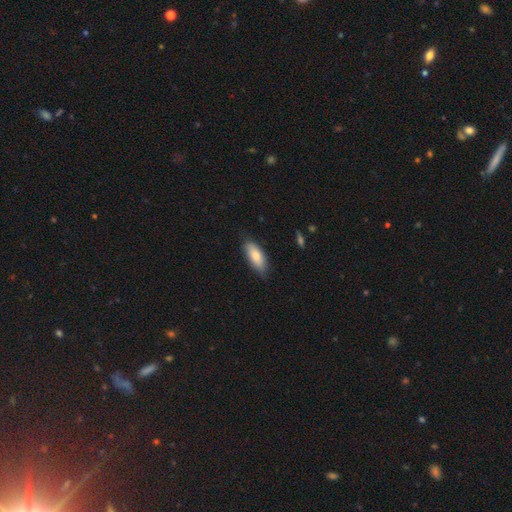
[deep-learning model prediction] Q: Smooth or featured?
A: smooth (82%); runner-up: featured or disk (12%)
Q: How rounded?
A: in between (79%); runner-up: cigar-shaped (19%)
Q: Merging?
A: none (78%); runner-up: minor disturbance (18%)